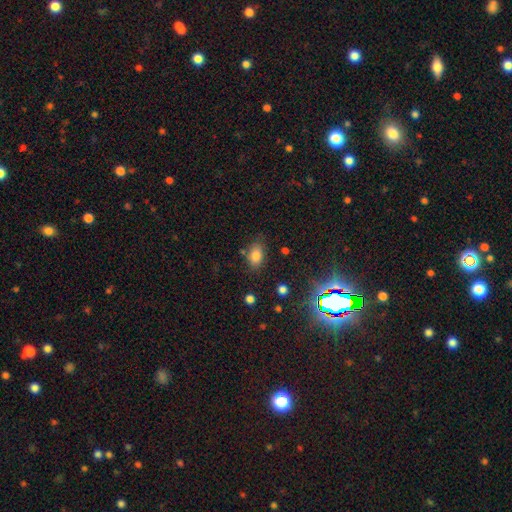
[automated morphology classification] A smooth galaxy with no disk features (80%) that is in between round and cigar-shaped (84%).

Vote fractions:
- Smooth or featured? smooth: 80% / star or artifact: 12% / featured or disk: 8%
- How rounded? in between: 84% / round: 14% / cigar-shaped: 2%
- Merging? none: 76% / minor disturbance: 15% / merger: 5% / major disturbance: 4%